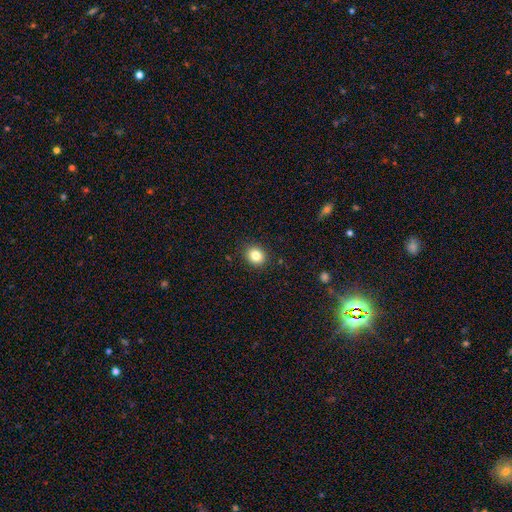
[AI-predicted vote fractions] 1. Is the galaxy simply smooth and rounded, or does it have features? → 83% smooth, 11% star or artifact, 6% featured or disk.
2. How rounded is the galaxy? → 69% round, 31% in between, 1% cigar-shaped.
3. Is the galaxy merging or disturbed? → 90% none, 7% minor disturbance, 2% major disturbance, 1% merger.